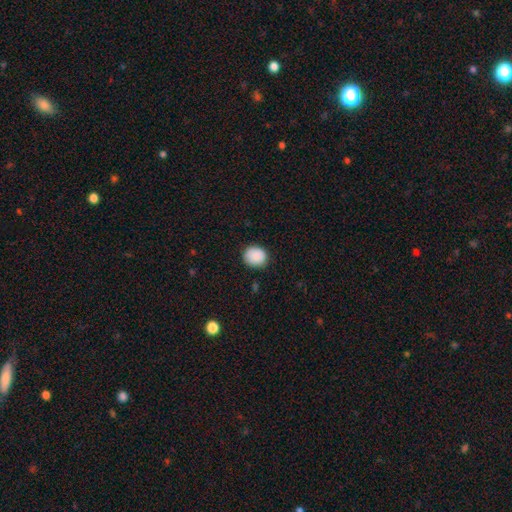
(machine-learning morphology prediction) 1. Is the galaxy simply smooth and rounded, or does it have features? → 89% smooth, 8% star or artifact, 3% featured or disk.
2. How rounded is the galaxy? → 73% round, 26% in between, 1% cigar-shaped.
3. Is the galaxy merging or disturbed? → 87% none, 10% minor disturbance, 2% major disturbance, 1% merger.